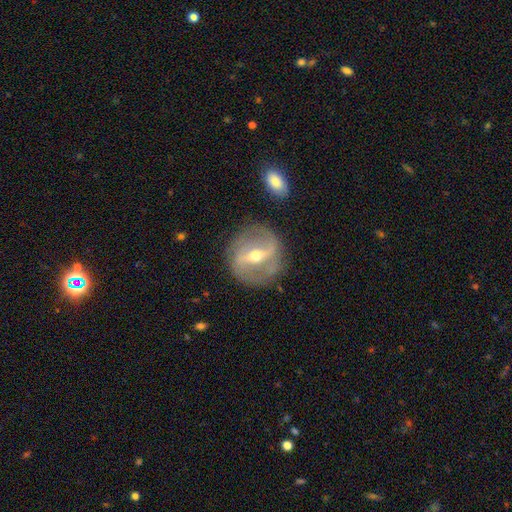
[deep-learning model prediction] smooth-or-featured: featured or disk: 81% | smooth: 13% | star or artifact: 6%
  disk-edge-on: no: 92% | yes: 8%
    bar: strong: 60% | weak: 30% | no: 10%
    has-spiral-arms: yes: 80% | no: 20%
      spiral-winding: medium: 43% | loose: 32% | tight: 25%
      spiral-arm-count: 2: 80% | can't tell: 10% | 3: 4% | 1: 3% | 4: 1% | more than 4: 1%
    bulge-size: moderate: 54% | small: 42% | large: 2% | none: 1% | dominant: 1%
  merging: none: 79% | minor disturbance: 13% | major disturbance: 6% | merger: 2%